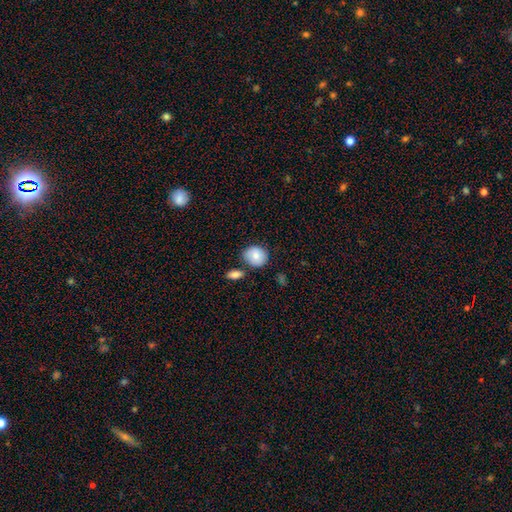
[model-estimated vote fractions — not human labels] smooth 81%, featured or disk 11%, star or artifact 7%. Down the decision tree: how rounded — round (74%); merging — none (72%).